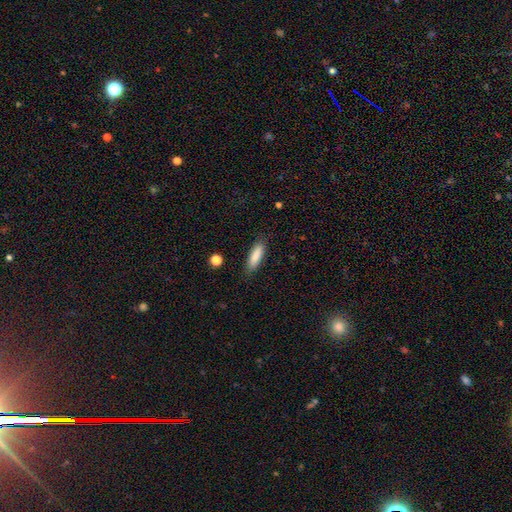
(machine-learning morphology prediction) type=smooth (87%); roundness=cigar-shaped (59%); merging=none (85%).